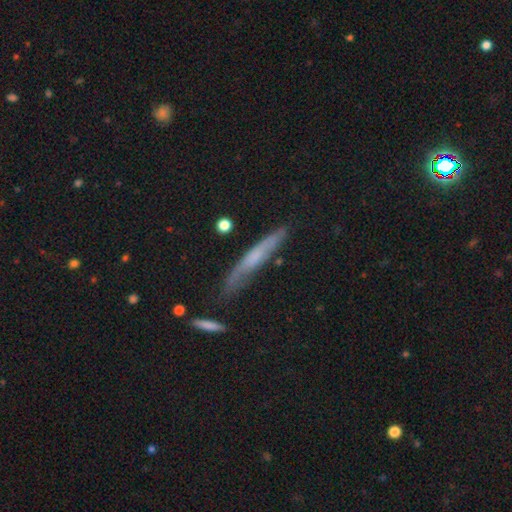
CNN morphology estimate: Smooth or featured? Predicted: featured or disk (p=0.47). Merging? Predicted: none (p=0.68).